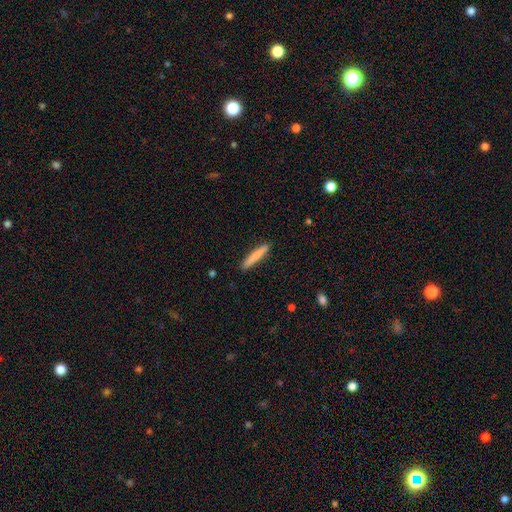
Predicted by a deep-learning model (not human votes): A smooth galaxy with no disk features (77%) that is cigar-shaped (93%).

Vote fractions:
- Smooth or featured? smooth: 77% / featured or disk: 18% / star or artifact: 5%
- How rounded? cigar-shaped: 93% / in between: 6% / round: 1%
- Merging? none: 90% / minor disturbance: 7% / major disturbance: 2% / merger: 1%